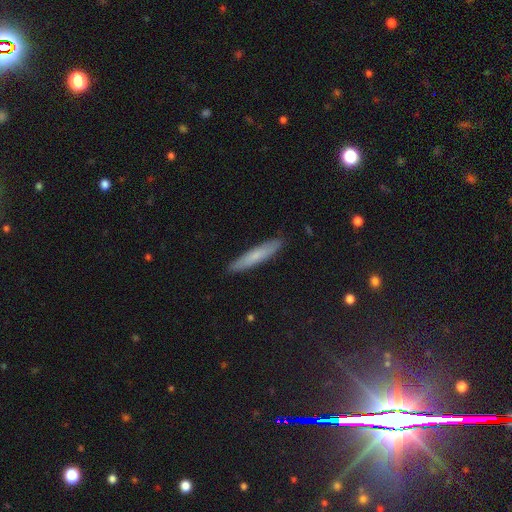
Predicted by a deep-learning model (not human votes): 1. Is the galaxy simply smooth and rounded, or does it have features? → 65% smooth, 28% featured or disk, 7% star or artifact.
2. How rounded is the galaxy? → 92% cigar-shaped, 7% in between, 1% round.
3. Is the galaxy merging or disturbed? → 89% none, 9% minor disturbance, 1% major disturbance, 1% merger.